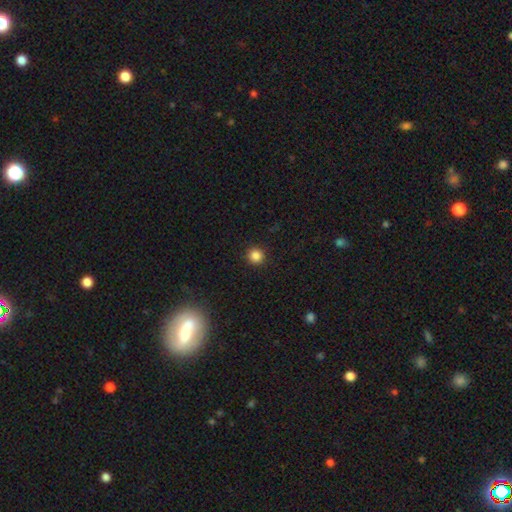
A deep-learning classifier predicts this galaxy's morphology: This appears to be a smooth galaxy with no disk features (85%) that is round (95%). Merging: none (93%).